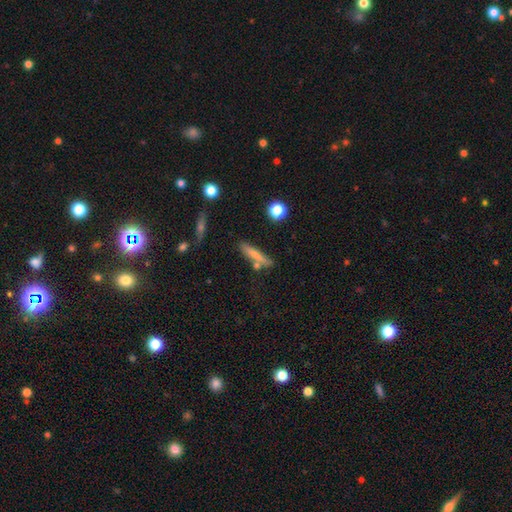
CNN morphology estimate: This appears to be a smooth galaxy with no disk features (69%) that is cigar-shaped (86%). Merging: none (70%).